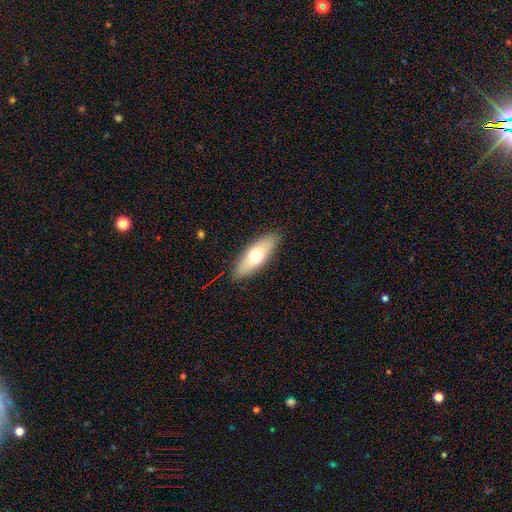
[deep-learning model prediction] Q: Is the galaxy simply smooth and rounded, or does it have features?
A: smooth — 62%.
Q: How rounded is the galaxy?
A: in between — 64%.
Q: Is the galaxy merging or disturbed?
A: none — 88%.